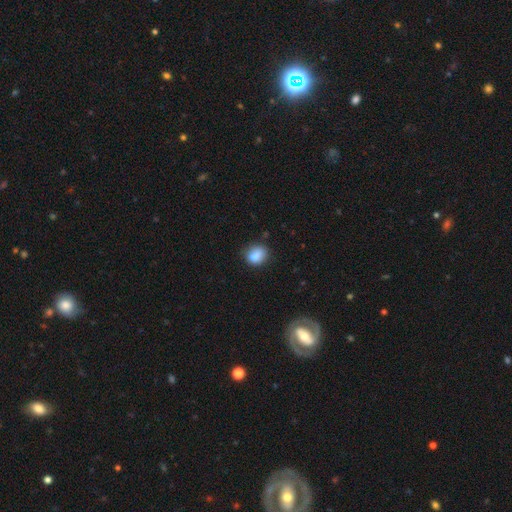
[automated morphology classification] type=smooth (82%); roundness=round (59%); merging=none (63%).